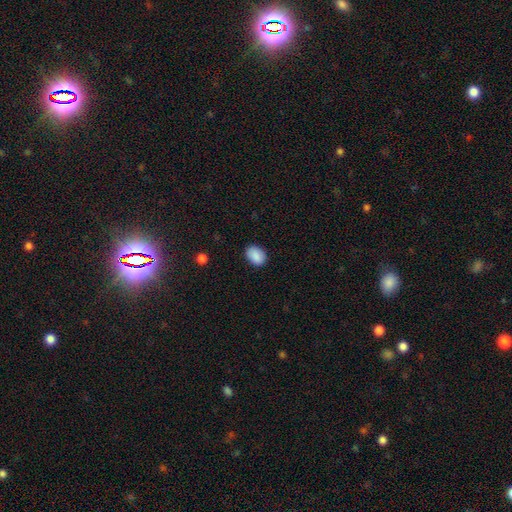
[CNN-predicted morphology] This appears to be a smooth galaxy with no disk features (89%) that is in between round and cigar-shaped (76%). Merging: none (85%).